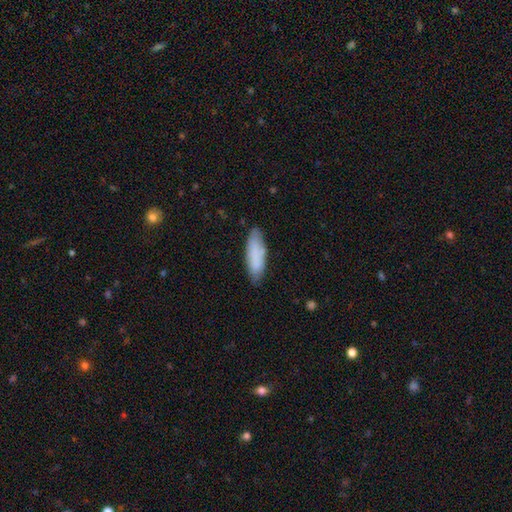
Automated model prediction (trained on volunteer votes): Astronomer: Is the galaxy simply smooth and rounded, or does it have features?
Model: smooth — 82%.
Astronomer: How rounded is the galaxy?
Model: in between — 55% (runner-up: cigar-shaped, 44%).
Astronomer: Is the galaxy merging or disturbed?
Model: none — 77%.